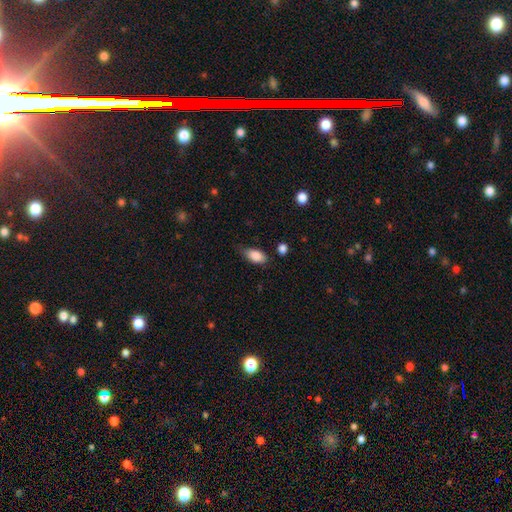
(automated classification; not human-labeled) The model was most divided on "merging": none: 59%, minor disturbance: 32%, major disturbance: 6%, merger: 3%. More confident: how rounded — in between (91%); smooth or featured — smooth (86%).